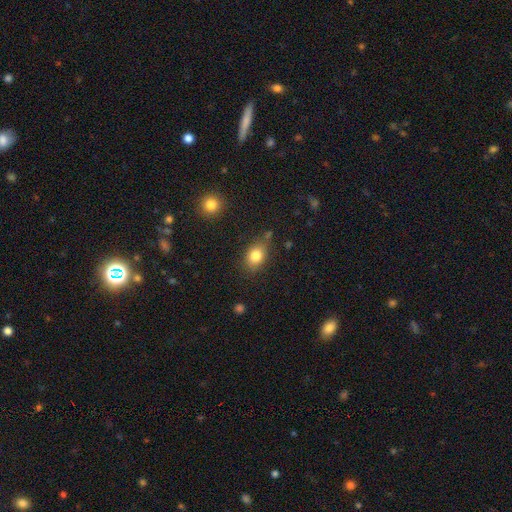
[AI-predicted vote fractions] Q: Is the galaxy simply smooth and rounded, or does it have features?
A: smooth — 82%.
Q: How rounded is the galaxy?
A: in between — 65%.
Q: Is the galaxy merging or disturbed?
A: none — 72%.